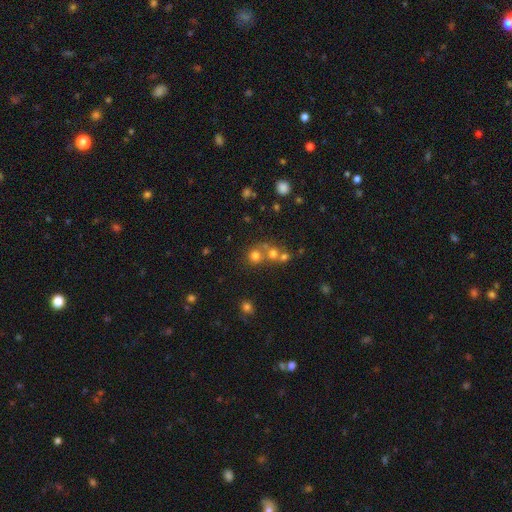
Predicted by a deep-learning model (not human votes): A smooth galaxy with no disk features (68%) that is round (88%).

Vote fractions:
- Smooth or featured? smooth: 68% / star or artifact: 20% / featured or disk: 12%
- How rounded? round: 88% / in between: 11% / cigar-shaped: 1%
- Merging? none: 54% / merger: 35% / minor disturbance: 7% / major disturbance: 4%